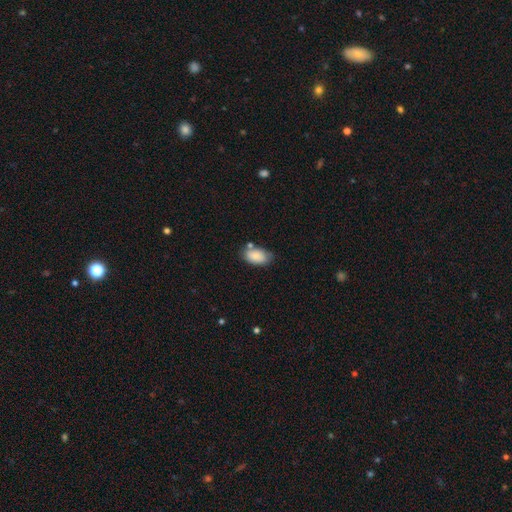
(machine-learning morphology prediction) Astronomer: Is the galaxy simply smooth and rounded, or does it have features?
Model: smooth — 85%.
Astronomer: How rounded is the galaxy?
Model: in between — 92%.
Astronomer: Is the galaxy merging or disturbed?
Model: none — 63%.